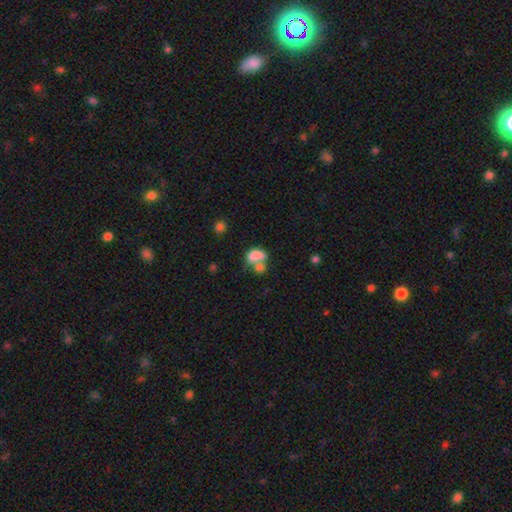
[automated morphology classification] Smooth or featured: smooth — 74% (featured or disk — 15%)
How rounded: in between — 79% (round — 20%)
Merging: merger — 58% (none — 21%)